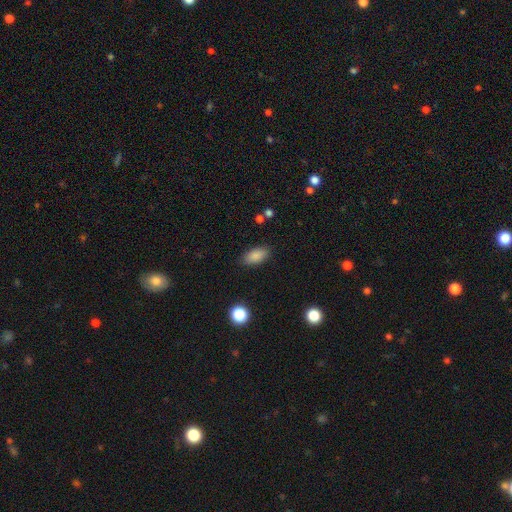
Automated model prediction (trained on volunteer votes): smooth_or_featured: smooth (p=0.87) [alt: star or artifact p=0.08]
how_rounded: in between (p=0.91) [alt: round p=0.04]
merging: none (p=0.86) [alt: minor disturbance p=0.10]